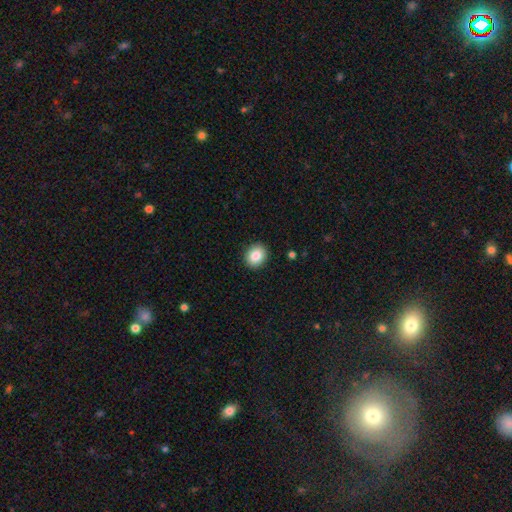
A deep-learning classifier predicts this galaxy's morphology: Smooth or featured?
  - smooth: 86% *
  - star or artifact: 9%
  - featured or disk: 6%
How rounded?
  - round: 67% *
  - in between: 32%
  - cigar-shaped: 1%
Merging?
  - none: 91% *
  - minor disturbance: 7%
  - major disturbance: 2%
  - merger: 1%